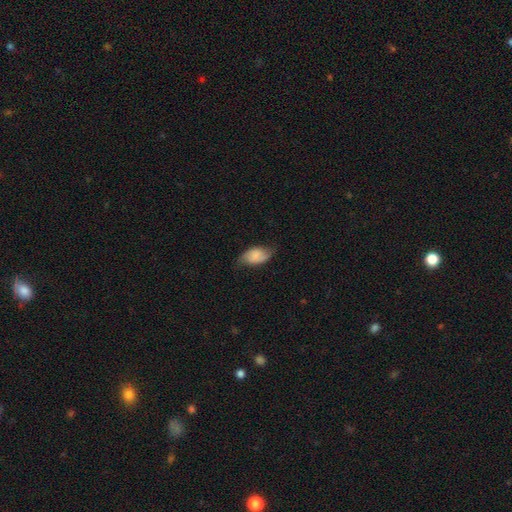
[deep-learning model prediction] smooth_or_featured: smooth (p=0.64) [alt: featured or disk p=0.28]
how_rounded: in between (p=0.92) [alt: round p=0.06]
merging: none (p=0.63) [alt: minor disturbance p=0.28]